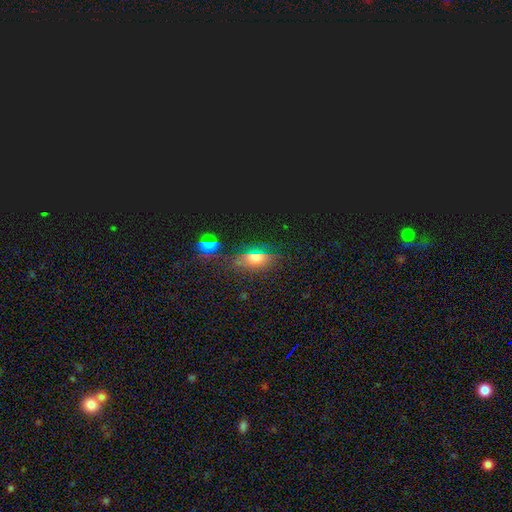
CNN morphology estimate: A smooth galaxy with no disk features (47%). Merging: none (77%).